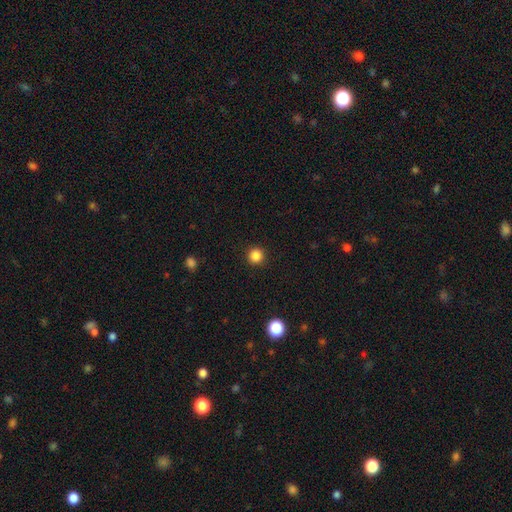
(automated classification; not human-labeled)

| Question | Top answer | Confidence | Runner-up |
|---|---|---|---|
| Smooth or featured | smooth | 85% | star or artifact (12%) |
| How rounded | round | 96% | in between (3%) |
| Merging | none | 93% | minor disturbance (5%) |